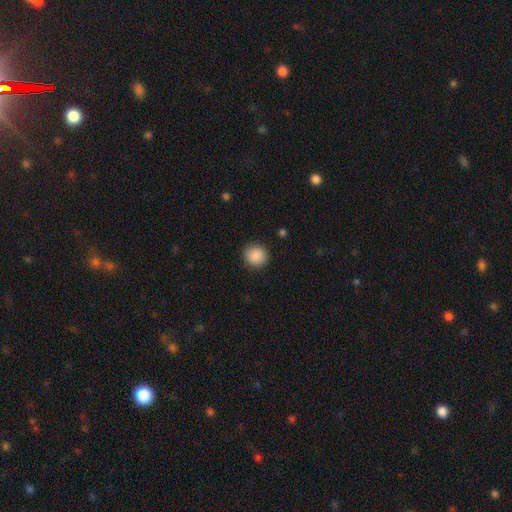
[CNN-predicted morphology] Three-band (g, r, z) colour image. It shows a smooth galaxy with no disk features (88%) that is round (93%). Merging: none (91%).